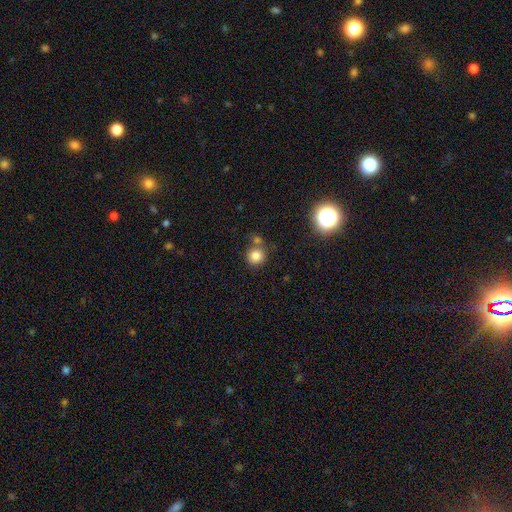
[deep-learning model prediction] The model was most divided on "merging": none: 64%, merger: 21%, minor disturbance: 11%, major disturbance: 4%. More confident: how rounded — round (90%); smooth or featured — smooth (81%).